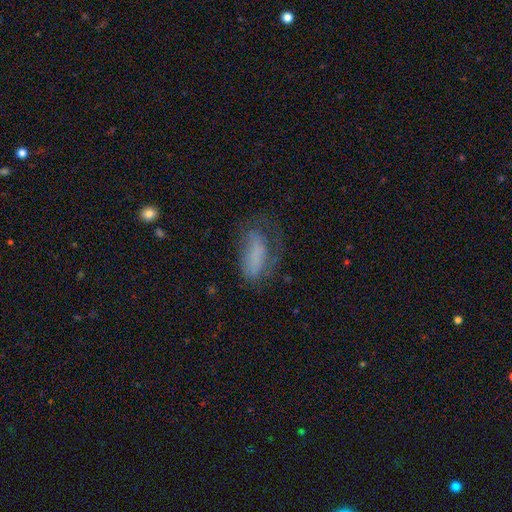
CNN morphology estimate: Smooth or featured?
  - smooth: 59% *
  - featured or disk: 29%
  - star or artifact: 12%
How rounded?
  - in between: 80% *
  - cigar-shaped: 16%
  - round: 4%
Merging?
  - major disturbance: 38% *
  - none: 34%
  - minor disturbance: 25%
  - merger: 3%